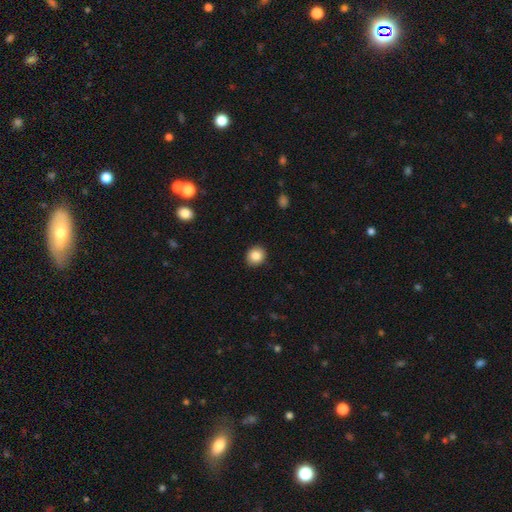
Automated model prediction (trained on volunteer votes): smooth 85%, star or artifact 9%, featured or disk 5%. Down the decision tree: how rounded — round (77%); merging — none (91%).